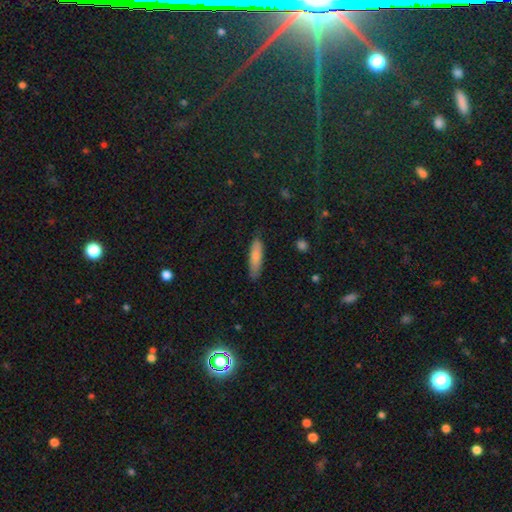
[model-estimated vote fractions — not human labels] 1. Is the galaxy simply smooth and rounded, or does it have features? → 79% smooth, 15% featured or disk, 6% star or artifact.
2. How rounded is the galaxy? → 66% cigar-shaped, 32% in between, 2% round.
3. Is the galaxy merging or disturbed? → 82% none, 14% minor disturbance, 2% major disturbance, 1% merger.